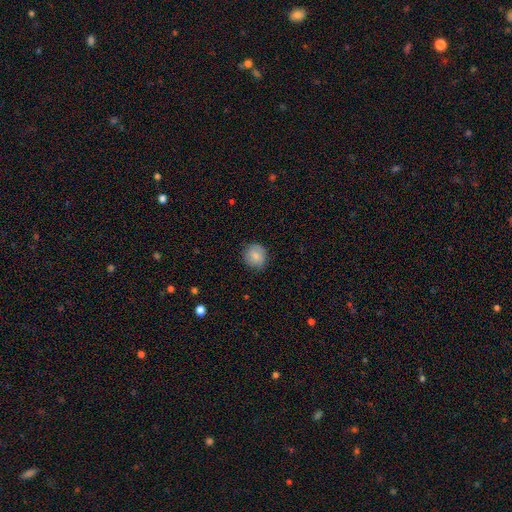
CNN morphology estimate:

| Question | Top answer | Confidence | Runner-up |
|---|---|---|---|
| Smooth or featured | smooth | 81% | featured or disk (11%) |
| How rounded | round | 87% | in between (12%) |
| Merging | none | 83% | minor disturbance (13%) |